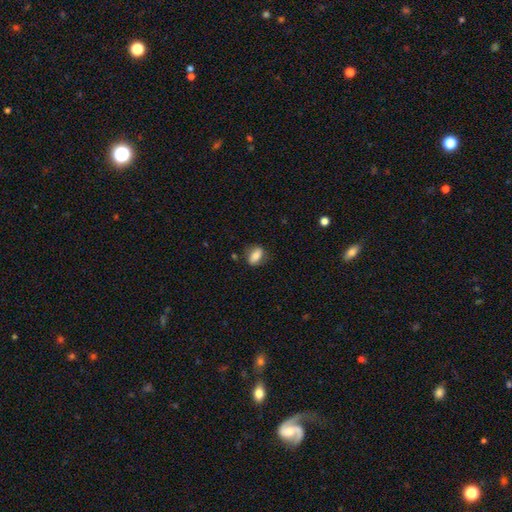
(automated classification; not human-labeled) smooth_or_featured: smooth (p=0.76) [alt: featured or disk p=0.17]
how_rounded: in between (p=0.80) [alt: round p=0.14]
merging: none (p=0.75) [alt: minor disturbance p=0.18]